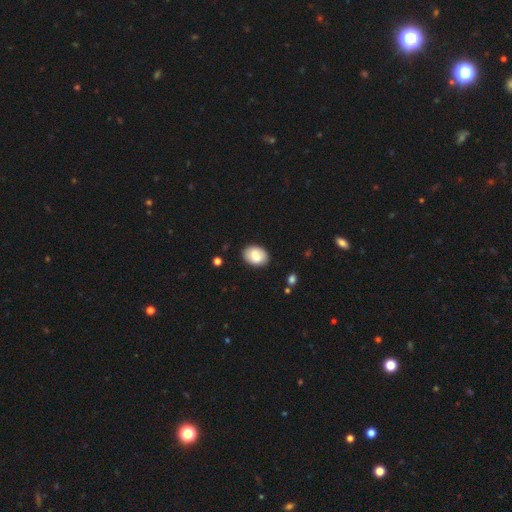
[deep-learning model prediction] This is clearly a smooth galaxy (80%). How rounded: clearly in between (80%). Merging: clearly none (86%).